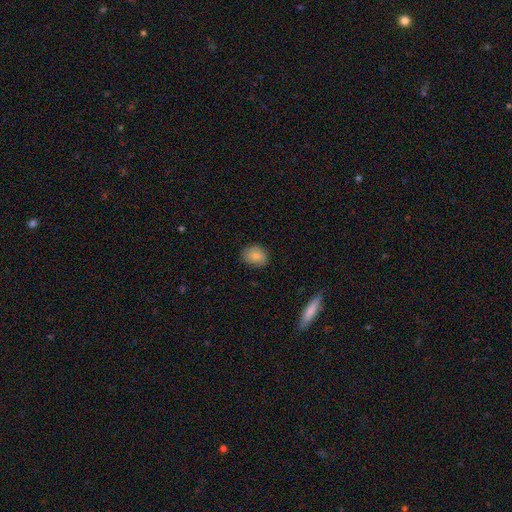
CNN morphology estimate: A smooth galaxy with no disk features (83%) that is in between round and cigar-shaped (55%).

Vote fractions:
- Smooth or featured? smooth: 83% / featured or disk: 9% / star or artifact: 8%
- How rounded? in between: 55% / round: 44% / cigar-shaped: 1%
- Merging? none: 82% / minor disturbance: 14% / major disturbance: 3% / merger: 1%